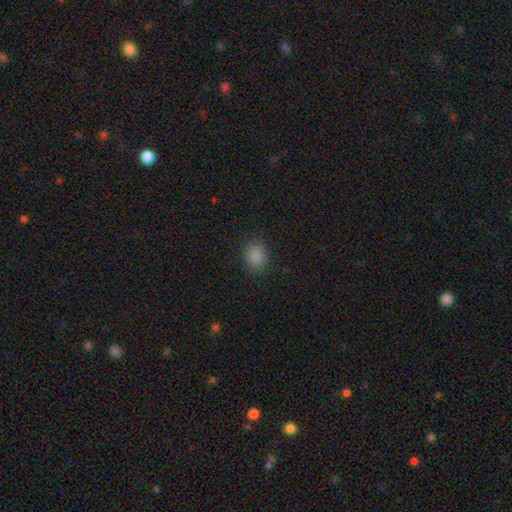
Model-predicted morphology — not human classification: Smooth or featured?
  - smooth: 86% *
  - star or artifact: 11%
  - featured or disk: 3%
How rounded?
  - round: 57% *
  - in between: 42%
  - cigar-shaped: 1%
Merging?
  - none: 86% *
  - minor disturbance: 10%
  - major disturbance: 3%
  - merger: 1%